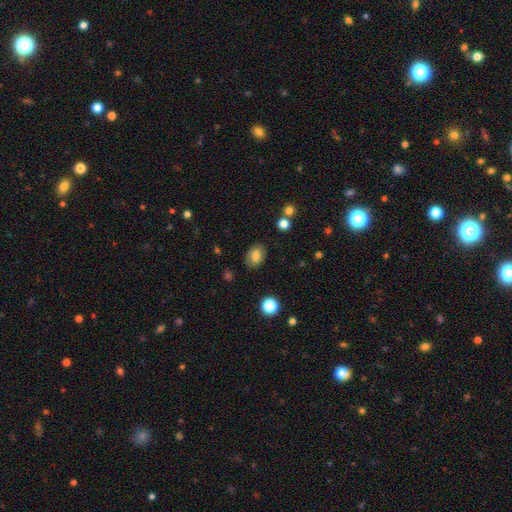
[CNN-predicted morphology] Smooth or featured?
  - smooth: 78% *
  - featured or disk: 12%
  - star or artifact: 9%
How rounded?
  - in between: 78% *
  - round: 21%
  - cigar-shaped: 1%
Merging?
  - none: 85% *
  - minor disturbance: 10%
  - major disturbance: 3%
  - merger: 2%